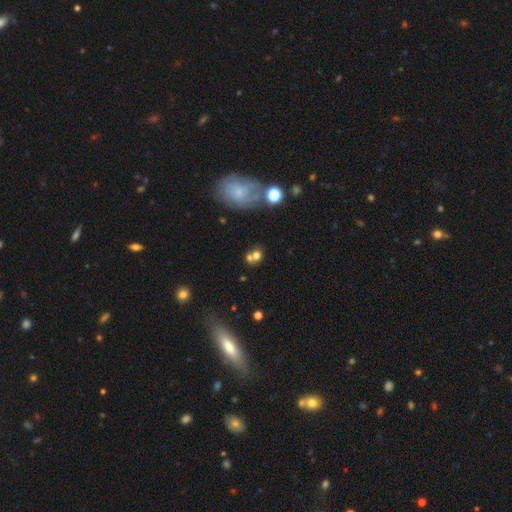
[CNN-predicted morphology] Smooth or featured: smooth — 65% (star or artifact — 20%)
How rounded: round — 75% (in between — 23%)
Merging: none — 50% (merger — 35%)